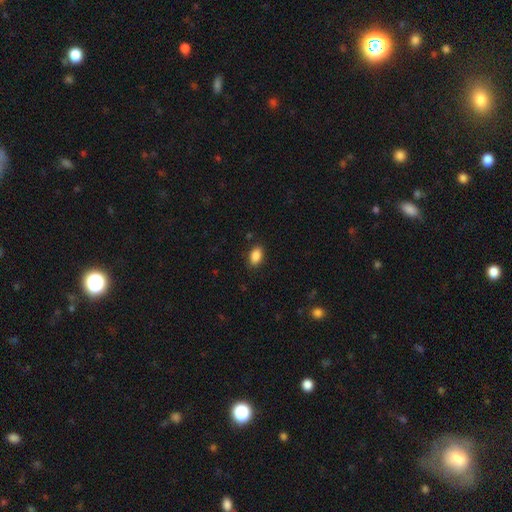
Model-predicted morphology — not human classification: A smooth galaxy with no disk features (88%) that is in between round and cigar-shaped (89%). Merging: none (86%).